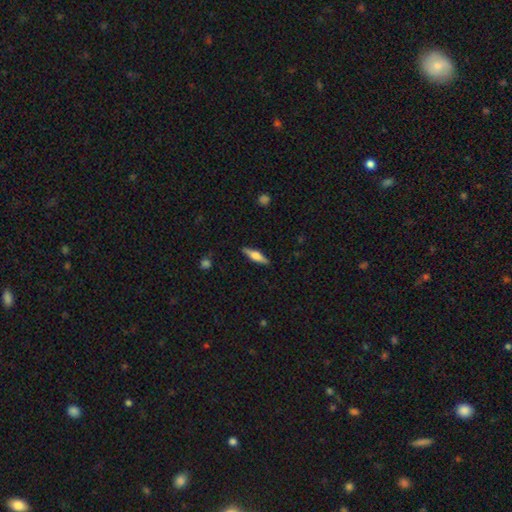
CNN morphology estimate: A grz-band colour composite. It shows a featured or disk galaxy (50%) viewed edge-on (95%). Merging: none (88%).